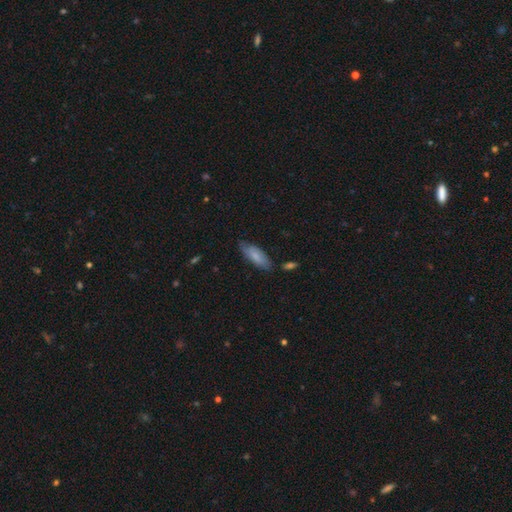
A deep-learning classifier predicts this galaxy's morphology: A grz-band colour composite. It shows a smooth galaxy with no disk features (75%) that is in between round and cigar-shaped (69%). Merging: none (71%).